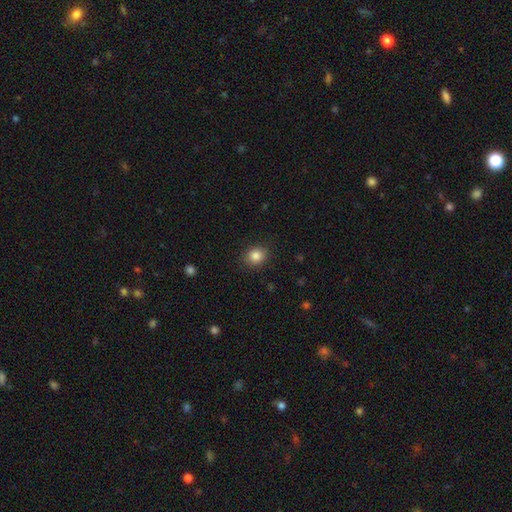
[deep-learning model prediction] This is clearly a smooth galaxy (85%). How rounded: likely round (67%). Merging: clearly none (87%).